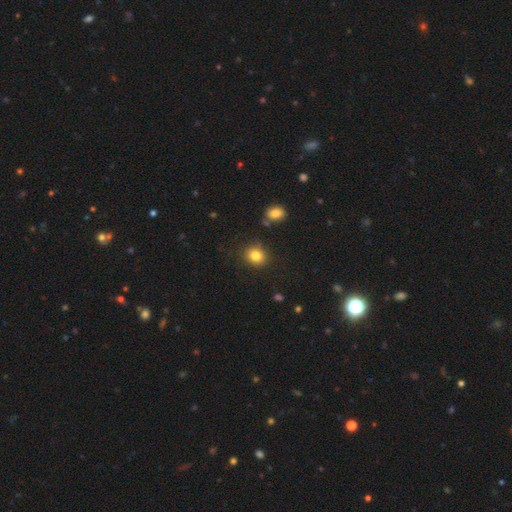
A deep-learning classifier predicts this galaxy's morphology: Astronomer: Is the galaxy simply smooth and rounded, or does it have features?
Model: smooth — 83%.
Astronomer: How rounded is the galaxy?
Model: round — 74%.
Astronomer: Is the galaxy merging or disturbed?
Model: none — 85%.